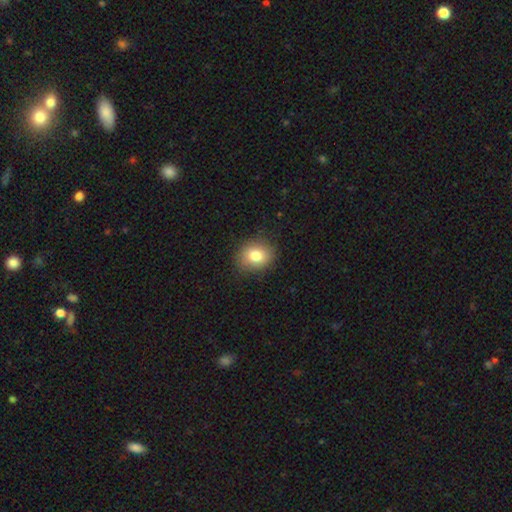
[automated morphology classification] This appears to be a smooth galaxy with no disk features (80%) that is round (58%). Merging: none (85%).